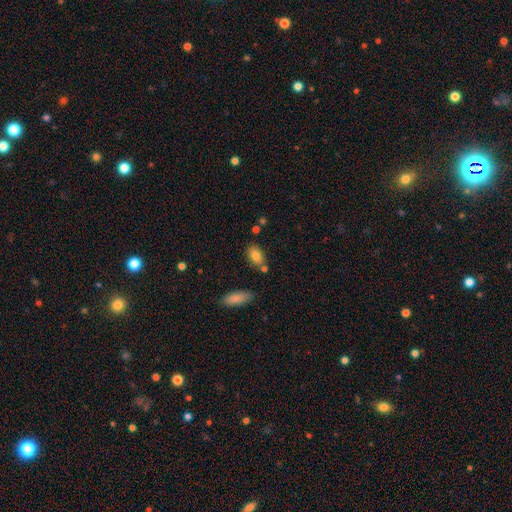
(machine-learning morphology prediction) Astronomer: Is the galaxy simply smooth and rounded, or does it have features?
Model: smooth — 82%.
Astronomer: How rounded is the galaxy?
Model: in between — 87%.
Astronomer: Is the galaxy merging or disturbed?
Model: none — 73%.